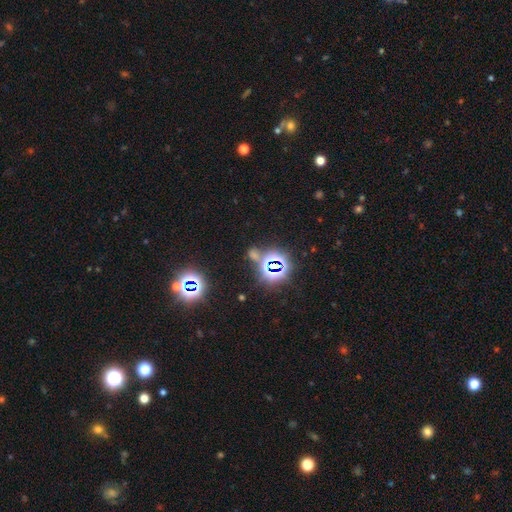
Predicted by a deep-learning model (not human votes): A star or artifact, not a galaxy (75%).

Vote fractions:
- Smooth or featured? star or artifact: 75% / smooth: 17% / featured or disk: 8%